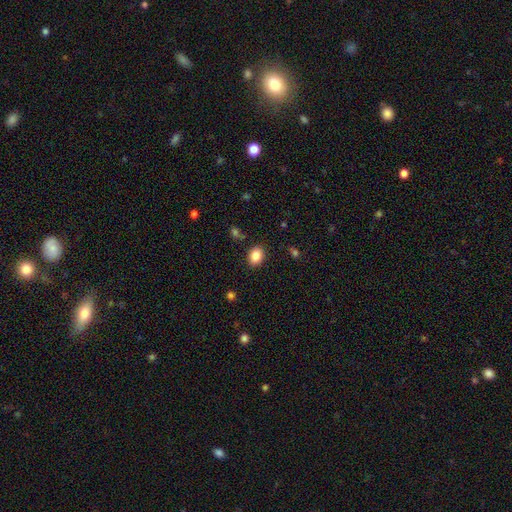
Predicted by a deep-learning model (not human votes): This appears to be a smooth galaxy with no disk features (86%) that is in between round and cigar-shaped (66%). Merging: none (86%).